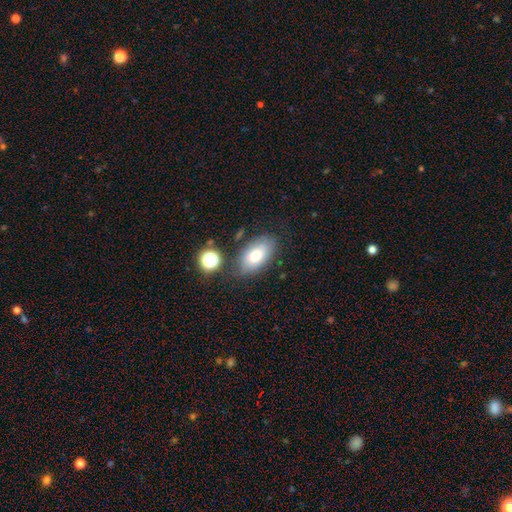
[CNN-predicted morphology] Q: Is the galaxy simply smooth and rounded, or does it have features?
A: smooth — 72%.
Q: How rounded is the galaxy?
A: in between — 91%.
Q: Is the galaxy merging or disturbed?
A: none — 75%.